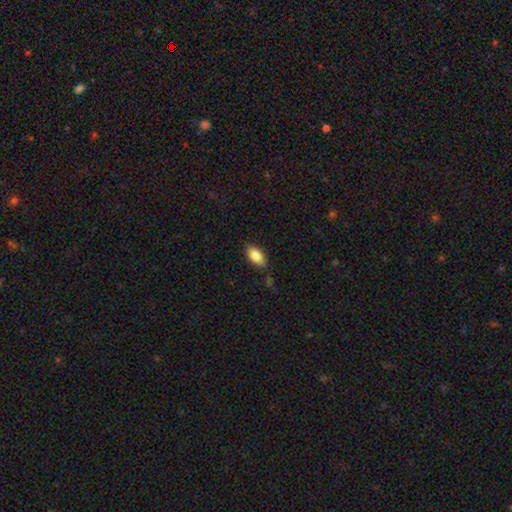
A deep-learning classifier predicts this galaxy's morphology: smooth_or_featured: smooth (p=0.86) [alt: star or artifact p=0.07]
how_rounded: in between (p=0.92) [alt: cigar-shaped p=0.05]
merging: none (p=0.81) [alt: minor disturbance p=0.14]